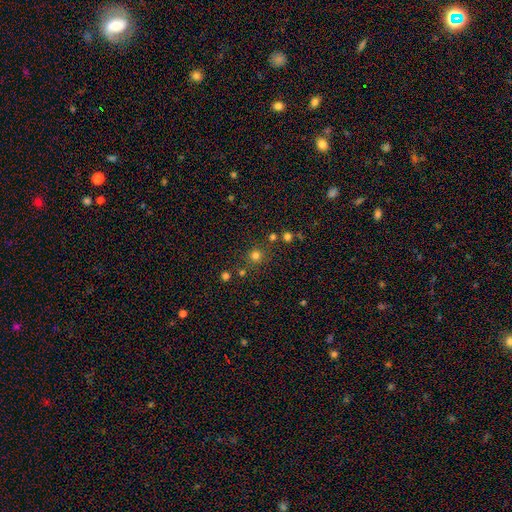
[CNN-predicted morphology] smooth 75%, star or artifact 19%, featured or disk 6%. Down the decision tree: how rounded — round (93%); merging — none (79%).